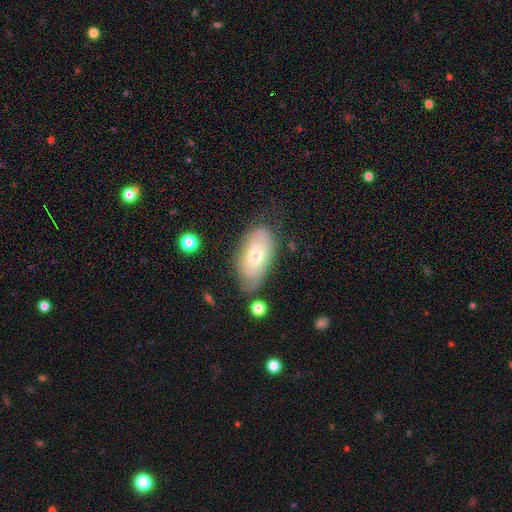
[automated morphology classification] Smooth or featured? Predicted: smooth (p=0.58). How rounded? Predicted: in between (p=0.93). Merging? Predicted: none (p=0.64).